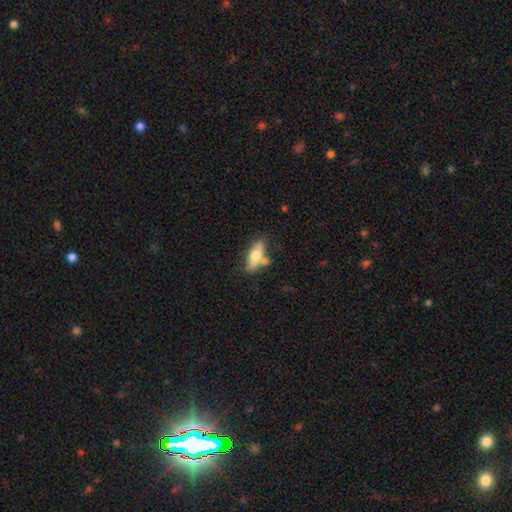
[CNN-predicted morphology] Smooth or featured: smooth — 63% (featured or disk — 31%)
How rounded: in between — 71% (cigar-shaped — 26%)
Merging: none — 57% (merger — 20%)